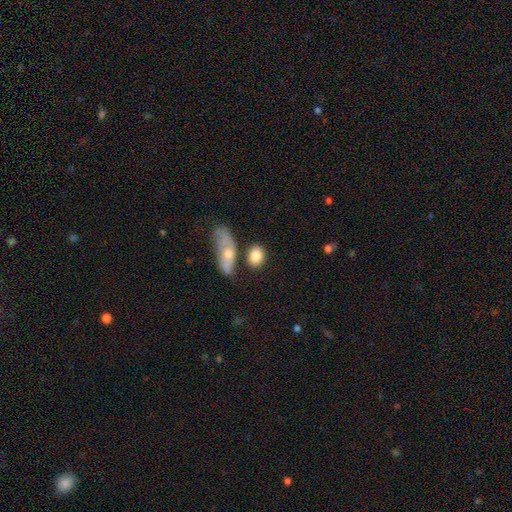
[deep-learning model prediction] smooth_or_featured: smooth (p=0.81) [alt: featured or disk p=0.12]
how_rounded: in between (p=0.64) [alt: round p=0.32]
merging: none (p=0.62) [alt: merger p=0.17]